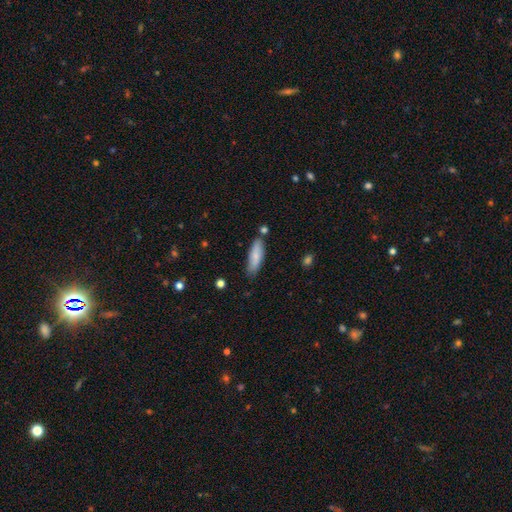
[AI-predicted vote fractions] smooth 79%, featured or disk 15%, star or artifact 6%. Down the decision tree: how rounded — cigar-shaped (50%); merging — none (76%).